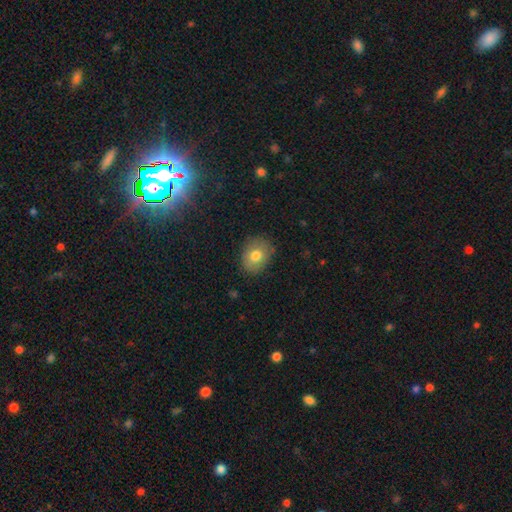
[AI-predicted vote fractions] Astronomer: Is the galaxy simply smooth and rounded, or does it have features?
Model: smooth — 76%.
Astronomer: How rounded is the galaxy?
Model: in between — 54% (runner-up: round, 45%).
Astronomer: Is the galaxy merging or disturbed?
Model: none — 84%.